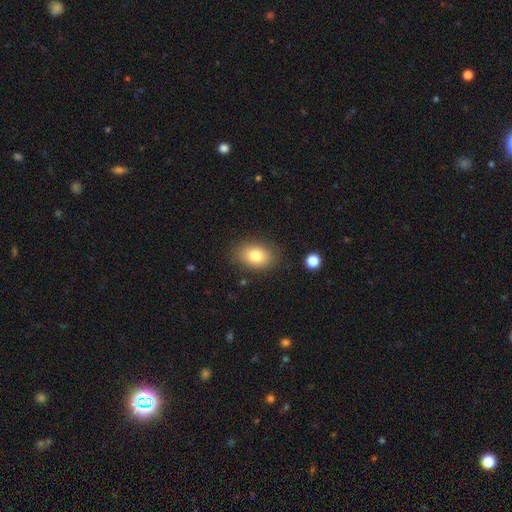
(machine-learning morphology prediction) smooth-or-featured: smooth: 82% | featured or disk: 10% | star or artifact: 9%
  how-rounded: in between: 79% | round: 20% | cigar-shaped: 1%
  merging: none: 84% | minor disturbance: 11% | major disturbance: 3% | merger: 2%